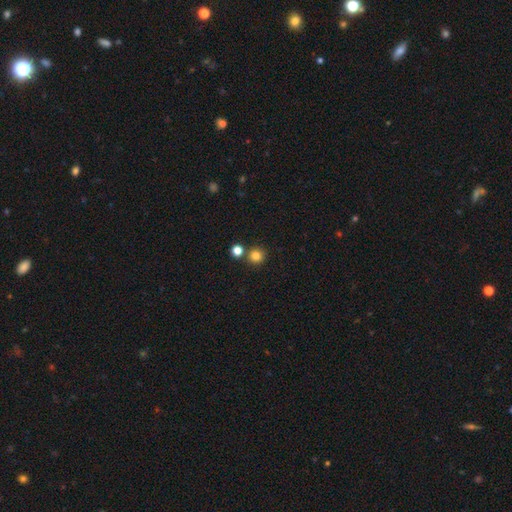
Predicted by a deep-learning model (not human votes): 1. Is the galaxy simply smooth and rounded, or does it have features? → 82% smooth, 13% star or artifact, 4% featured or disk.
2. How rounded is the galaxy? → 93% round, 6% in between, 1% cigar-shaped.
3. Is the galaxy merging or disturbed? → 79% none, 12% merger, 6% minor disturbance, 2% major disturbance.